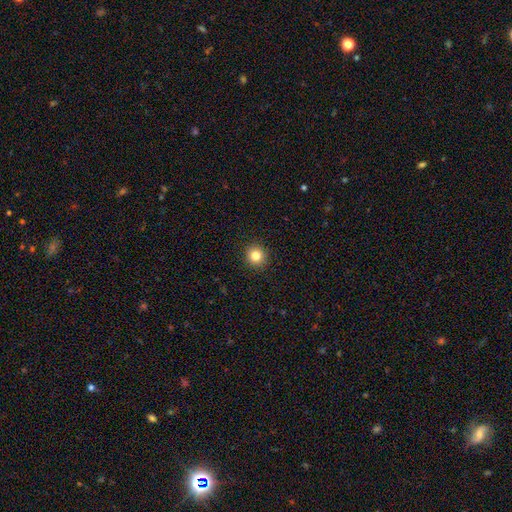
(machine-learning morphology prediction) This appears to be a smooth galaxy with no disk features (82%) that is round (94%). Merging: none (93%).